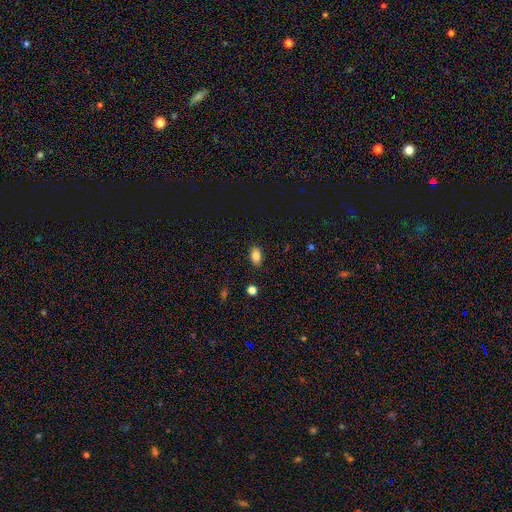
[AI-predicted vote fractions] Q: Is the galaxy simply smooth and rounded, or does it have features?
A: smooth — 83%.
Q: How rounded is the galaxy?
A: in between — 83%.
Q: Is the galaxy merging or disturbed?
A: none — 86%.